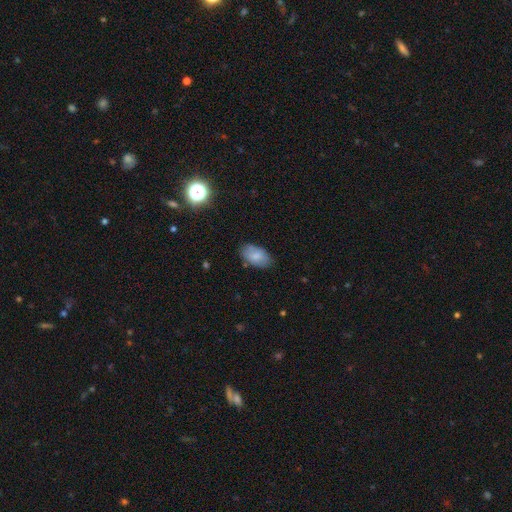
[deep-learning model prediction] A smooth galaxy with no disk features (79%) that is in between round and cigar-shaped (94%). Merging: none (80%).